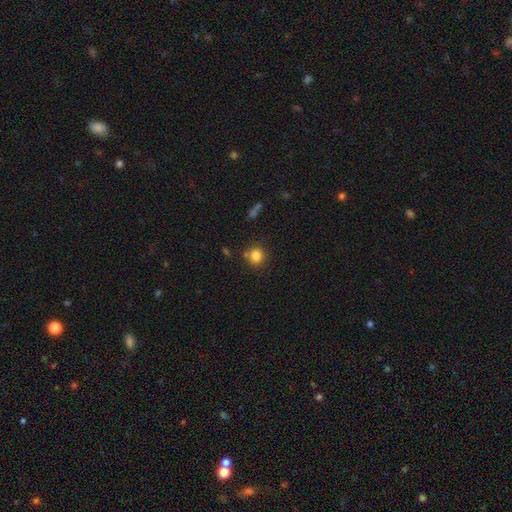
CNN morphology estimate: A smooth galaxy with no disk features (82%) that is round (87%).

Vote fractions:
- Smooth or featured? smooth: 82% / star or artifact: 11% / featured or disk: 6%
- How rounded? round: 87% / in between: 12% / cigar-shaped: 1%
- Merging? none: 79% / minor disturbance: 11% / merger: 7% / major disturbance: 3%